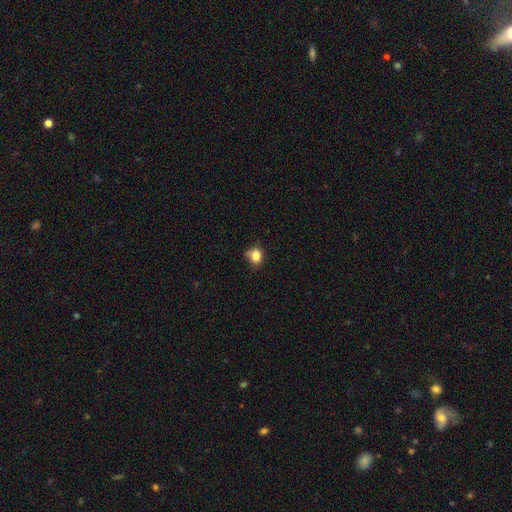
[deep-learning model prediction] Smooth or featured?
  - smooth: 82% *
  - star or artifact: 11%
  - featured or disk: 6%
How rounded?
  - round: 58% *
  - in between: 41%
  - cigar-shaped: 1%
Merging?
  - none: 59% *
  - minor disturbance: 29%
  - major disturbance: 7%
  - merger: 5%